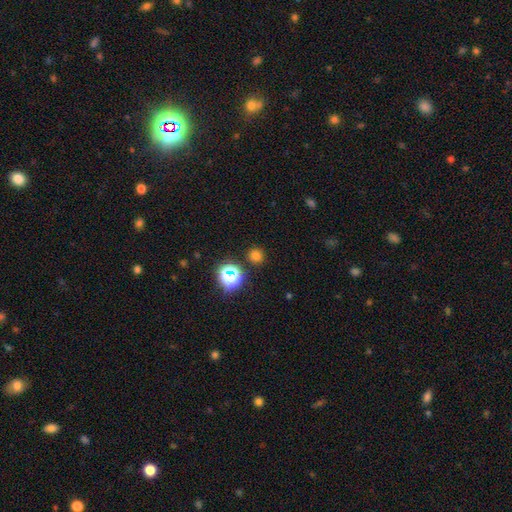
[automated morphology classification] This appears to be a smooth galaxy with no disk features (72%) that is round (92%). Merging: none (88%).